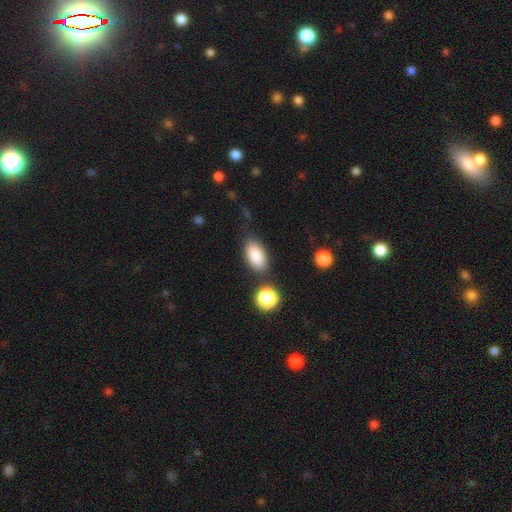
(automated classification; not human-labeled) Smooth or featured? Predicted: smooth (p=0.87). How rounded? Predicted: in between (p=0.92). Merging? Predicted: none (p=0.78).